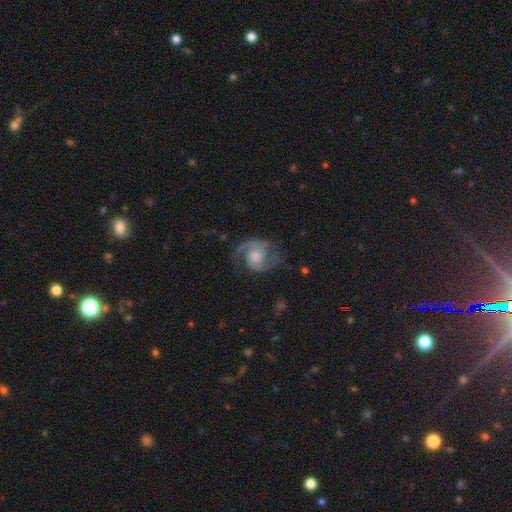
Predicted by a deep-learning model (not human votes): Smooth or featured: featured or disk — 90% (smooth — 6%)
Edge-on disk: no — 98% (yes — 2%)
Bar: no — 64% (weak — 30%)
Spiral arms: yes — 98% (no — 2%)
Spiral winding: medium — 59% (tight — 21%)
Spiral arm count: 2 — 92% (can't tell — 2%)
Bulge size: moderate — 42% (small — 23%)
Merging: none — 75% (minor disturbance — 15%)